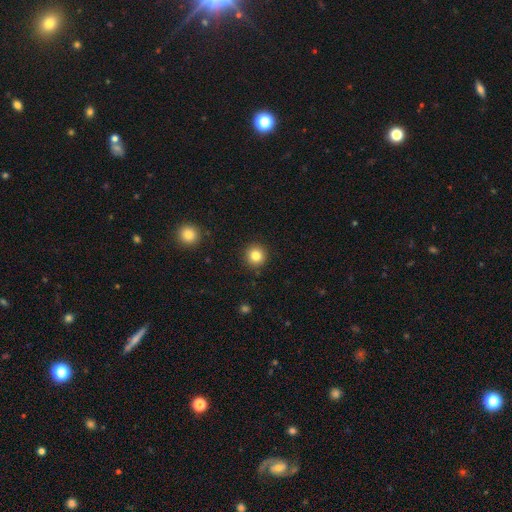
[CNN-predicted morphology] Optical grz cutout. It shows a smooth galaxy with no disk features (83%) that is round (94%). Merging: none (91%).